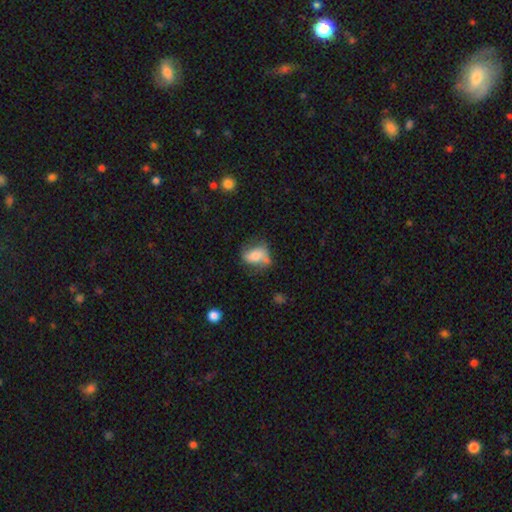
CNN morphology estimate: A smooth galaxy with no disk features (61%) that is in between round and cigar-shaped (79%).

Vote fractions:
- Smooth or featured? smooth: 61% / featured or disk: 30% / star or artifact: 9%
- How rounded? in between: 79% / round: 18% / cigar-shaped: 3%
- Merging? none: 41% / minor disturbance: 30% / major disturbance: 18% / merger: 11%